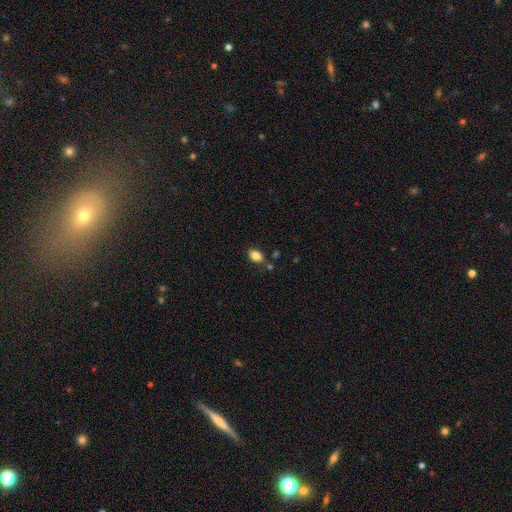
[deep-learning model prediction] A smooth galaxy with no disk features (84%) that is in between round and cigar-shaped (79%).

Vote fractions:
- Smooth or featured? smooth: 84% / star or artifact: 10% / featured or disk: 6%
- How rounded? in between: 79% / round: 19% / cigar-shaped: 1%
- Merging? none: 77% / minor disturbance: 13% / merger: 7% / major disturbance: 3%